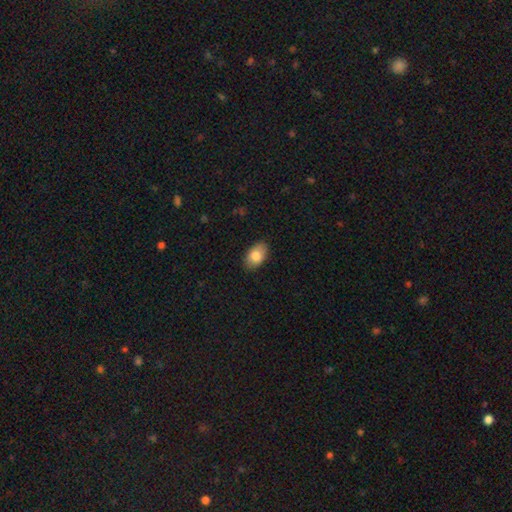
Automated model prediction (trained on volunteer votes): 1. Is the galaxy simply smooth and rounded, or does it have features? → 83% smooth, 10% featured or disk, 7% star or artifact.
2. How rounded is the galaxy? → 91% in between, 7% round, 1% cigar-shaped.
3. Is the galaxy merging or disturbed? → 86% none, 11% minor disturbance, 2% major disturbance, 1% merger.